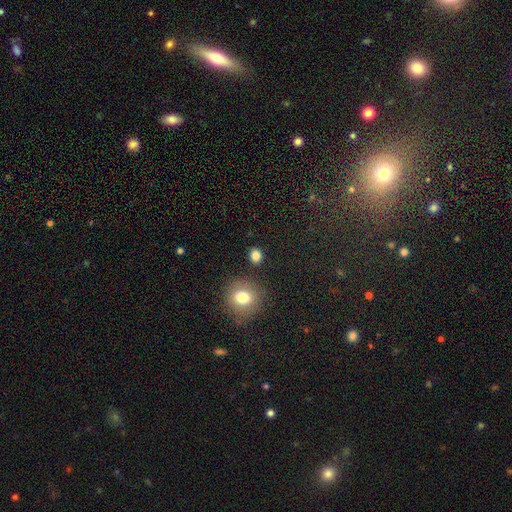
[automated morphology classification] Smooth or featured? Predicted: smooth (p=0.82). How rounded? Predicted: round (p=0.66). Merging? Predicted: none (p=0.84).